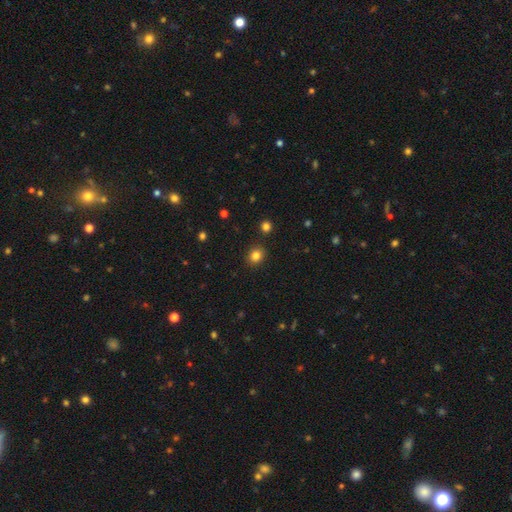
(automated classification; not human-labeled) Smooth or featured? Predicted: smooth (p=0.83). How rounded? Predicted: round (p=0.75). Merging? Predicted: none (p=0.89).